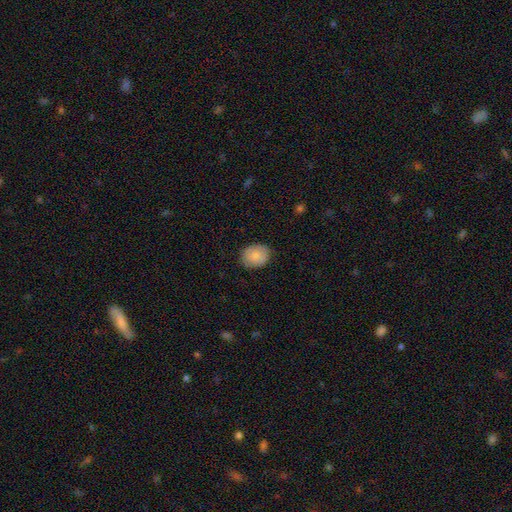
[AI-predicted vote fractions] This is clearly a smooth galaxy (83%). How rounded: possibly round (52%). Merging: clearly none (84%).